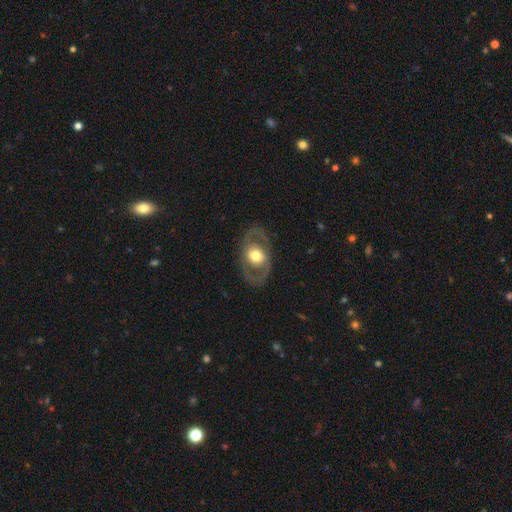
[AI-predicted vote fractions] The model was most divided on "spiral arms": no: 54%, yes: 46%. More confident: edge-on disk — no (93%); merging — none (80%); bar — no (73%); smooth or featured — featured or disk (67%); bulge size — moderate (58%).